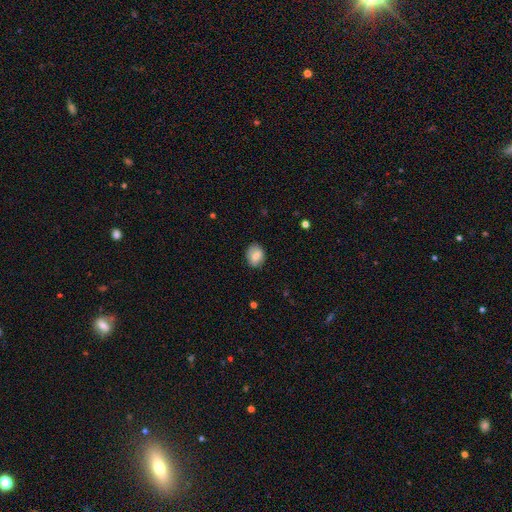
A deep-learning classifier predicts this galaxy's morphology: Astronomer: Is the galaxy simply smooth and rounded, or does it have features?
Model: smooth — 76%.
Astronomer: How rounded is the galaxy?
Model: in between — 58% (runner-up: round, 40%).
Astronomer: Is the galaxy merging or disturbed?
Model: none — 82%.